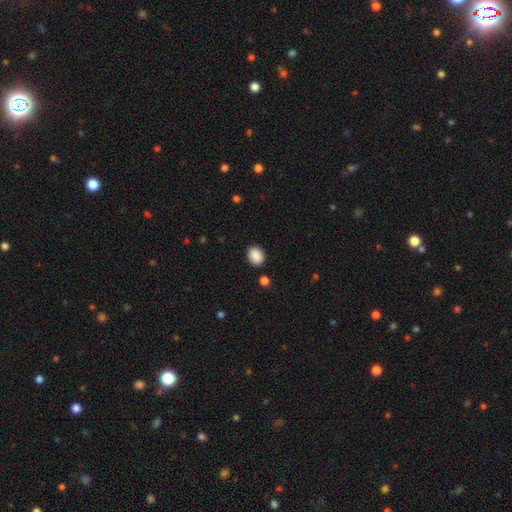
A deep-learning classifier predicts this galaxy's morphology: smooth-or-featured: smooth: 89% | star or artifact: 8% | featured or disk: 3%
  how-rounded: in between: 57% | round: 42% | cigar-shaped: 1%
  merging: none: 87% | minor disturbance: 9% | major disturbance: 2% | merger: 2%